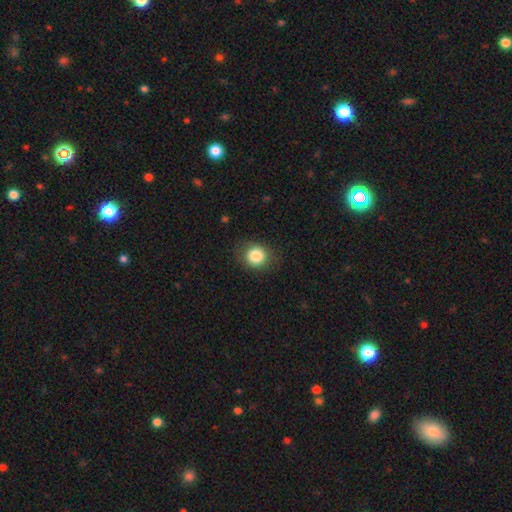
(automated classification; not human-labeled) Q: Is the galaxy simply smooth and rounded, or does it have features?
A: smooth — 84%.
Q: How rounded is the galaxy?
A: round — 73%.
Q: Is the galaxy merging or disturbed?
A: none — 82%.